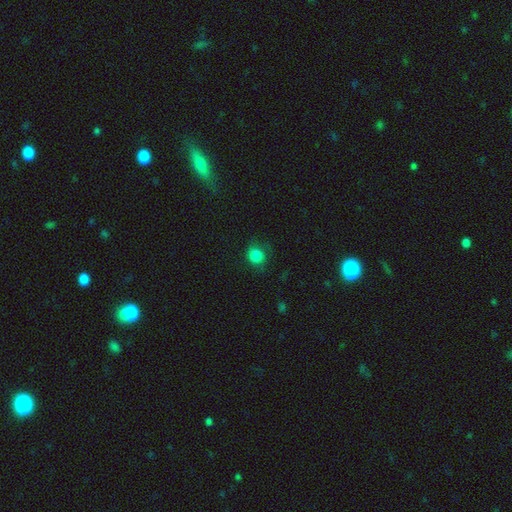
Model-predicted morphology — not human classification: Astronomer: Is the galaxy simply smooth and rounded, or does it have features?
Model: smooth — 83%.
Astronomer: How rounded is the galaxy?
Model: round — 81%.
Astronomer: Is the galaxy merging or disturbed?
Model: none — 71%.